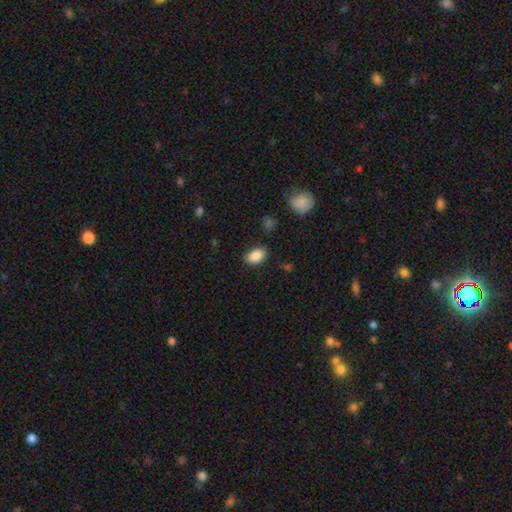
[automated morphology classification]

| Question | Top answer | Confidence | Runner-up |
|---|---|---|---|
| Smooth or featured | smooth | 88% | star or artifact (8%) |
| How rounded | in between | 87% | round (12%) |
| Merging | none | 84% | minor disturbance (11%) |